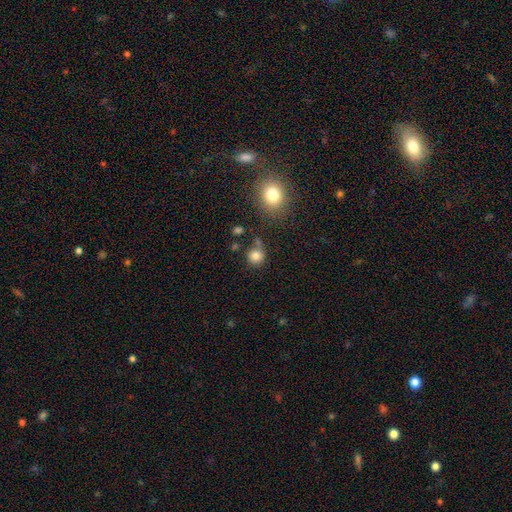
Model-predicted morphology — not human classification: This appears to be a smooth galaxy with no disk features (81%) that is round (89%). Merging: none (72%).